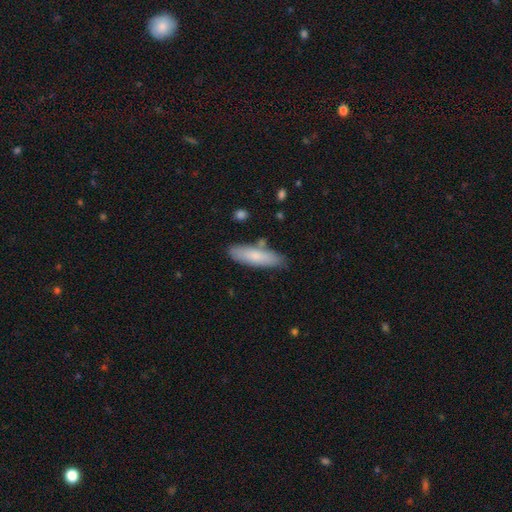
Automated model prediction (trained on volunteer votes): This appears to be a smooth galaxy with no disk features (79%) that is cigar-shaped (57%). Merging: none (80%).